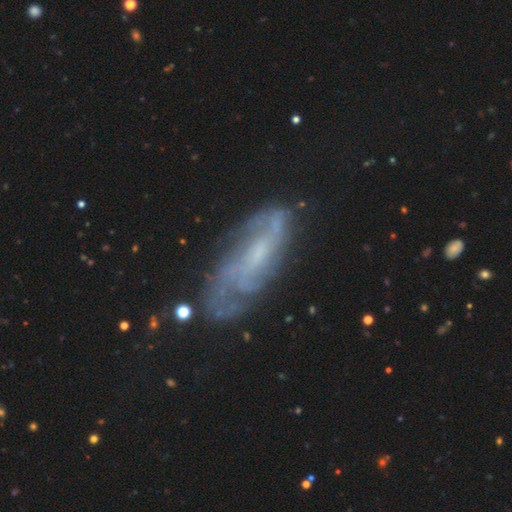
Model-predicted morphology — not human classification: featured or disk 74%, smooth 17%, star or artifact 10%. Down the decision tree: edge-on disk — no (85%); bar — no (50%); spiral arms — yes (86%); spiral arm count — can't tell (44%); spiral winding — medium (40%); bulge size — small (46%); merging — none (68%).